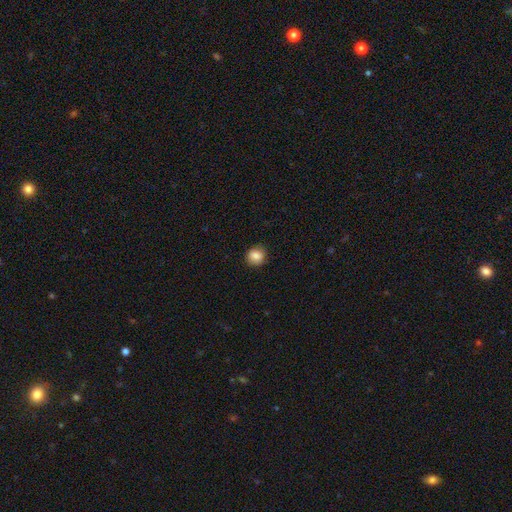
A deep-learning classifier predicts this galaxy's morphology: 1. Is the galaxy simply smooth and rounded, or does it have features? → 84% smooth, 9% star or artifact, 7% featured or disk.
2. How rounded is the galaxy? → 84% round, 15% in between, 1% cigar-shaped.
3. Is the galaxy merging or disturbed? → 86% none, 10% minor disturbance, 2% major disturbance, 1% merger.